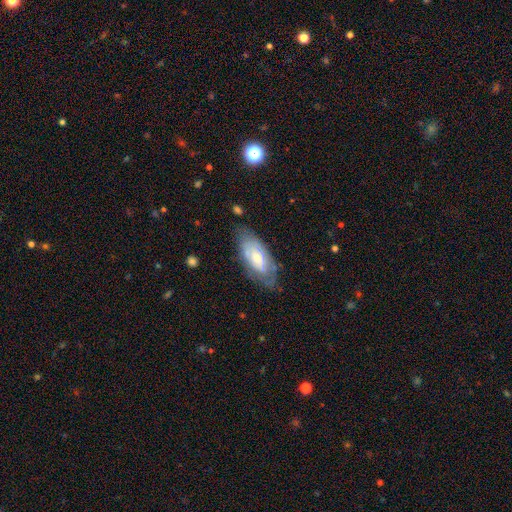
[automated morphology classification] This appears to be a smooth galaxy with no disk features (48%). Merging: none (64%).